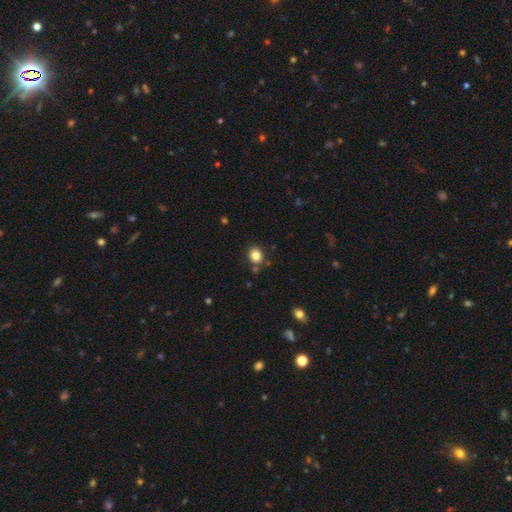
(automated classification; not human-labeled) smooth_or_featured: smooth (p=0.83) [alt: star or artifact p=0.11]
how_rounded: round (p=0.66) [alt: in between p=0.33]
merging: none (p=0.81) [alt: minor disturbance p=0.10]